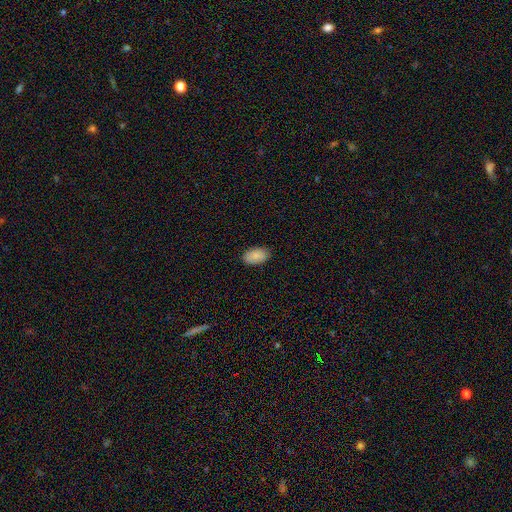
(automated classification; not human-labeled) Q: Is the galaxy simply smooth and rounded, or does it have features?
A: smooth — 87%.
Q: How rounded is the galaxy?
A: in between — 94%.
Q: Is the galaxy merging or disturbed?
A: none — 87%.